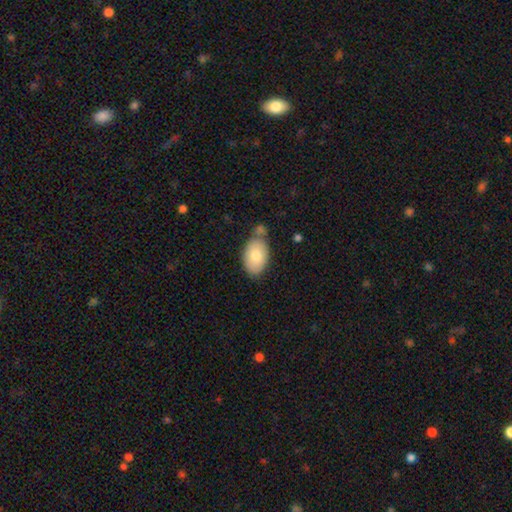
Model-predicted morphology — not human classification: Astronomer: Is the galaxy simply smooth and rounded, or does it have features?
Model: smooth — 76%.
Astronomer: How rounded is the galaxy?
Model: in between — 90%.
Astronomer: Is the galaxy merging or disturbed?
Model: none — 61%.